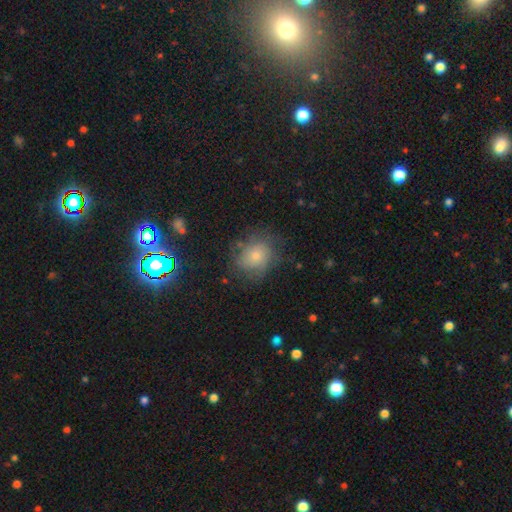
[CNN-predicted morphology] smooth 45%, featured or disk 31%, star or artifact 24%. Down the decision tree: merging — none (70%).